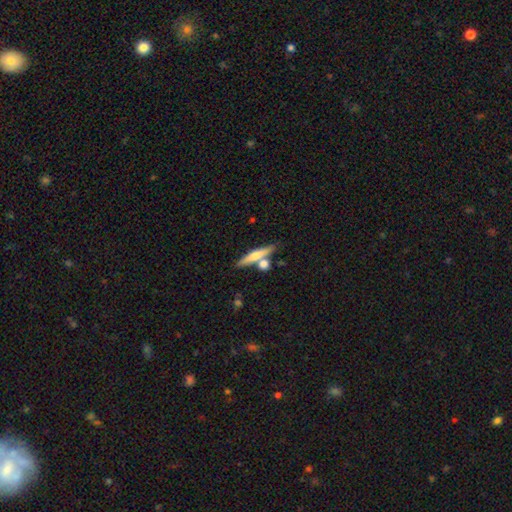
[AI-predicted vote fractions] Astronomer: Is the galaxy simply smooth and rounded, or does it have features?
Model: smooth — 54% (runner-up: featured or disk, 39%).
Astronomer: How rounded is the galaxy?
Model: cigar-shaped — 82%.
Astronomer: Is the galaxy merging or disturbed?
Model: none — 66%.